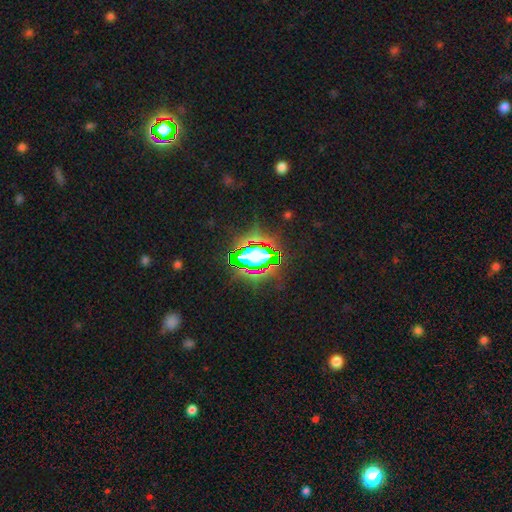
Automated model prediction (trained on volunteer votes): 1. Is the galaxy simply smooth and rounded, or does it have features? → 67% star or artifact, 18% smooth, 14% featured or disk.